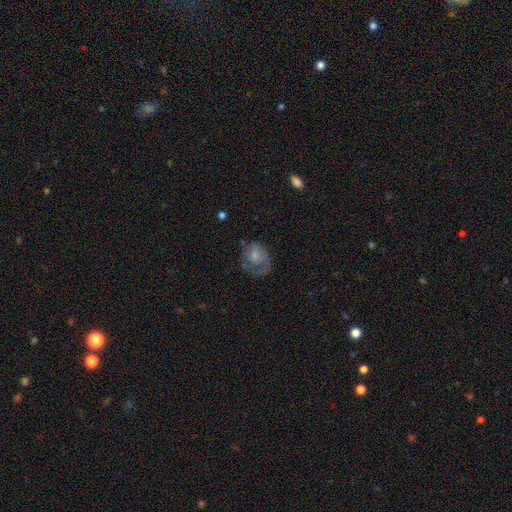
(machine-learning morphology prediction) smooth 48%, featured or disk 43%, star or artifact 9%. Down the decision tree: merging — none (38%).